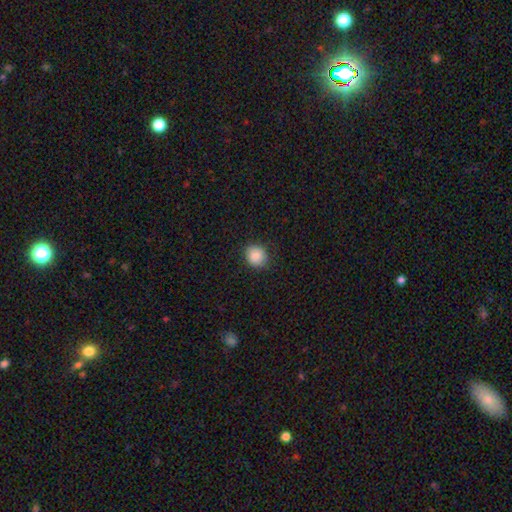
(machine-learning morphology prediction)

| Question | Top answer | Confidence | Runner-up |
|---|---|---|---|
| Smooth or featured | smooth | 88% | star or artifact (8%) |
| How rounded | round | 78% | in between (21%) |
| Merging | none | 86% | minor disturbance (11%) |